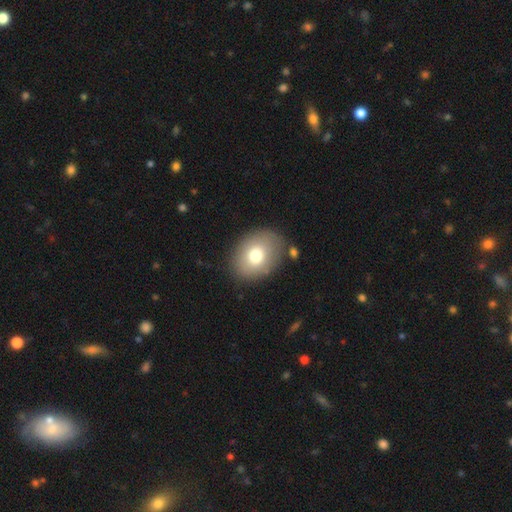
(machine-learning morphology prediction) A smooth galaxy with no disk features (75%) that is in between round and cigar-shaped (67%). Merging: none (81%).